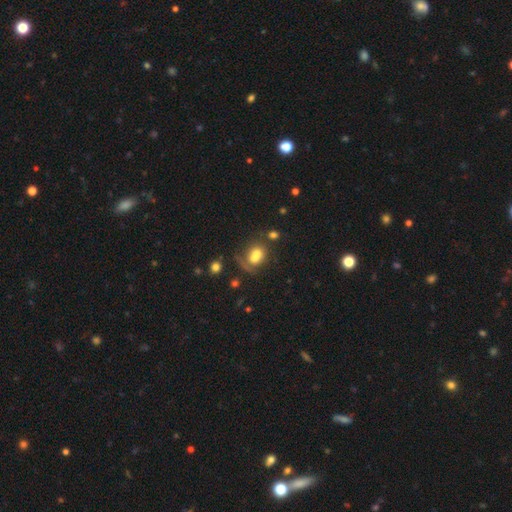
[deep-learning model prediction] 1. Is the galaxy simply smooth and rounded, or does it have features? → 67% smooth, 19% featured or disk, 13% star or artifact.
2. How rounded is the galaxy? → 65% in between, 33% round, 2% cigar-shaped.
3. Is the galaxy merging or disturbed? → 41% merger, 30% none, 15% major disturbance, 14% minor disturbance.